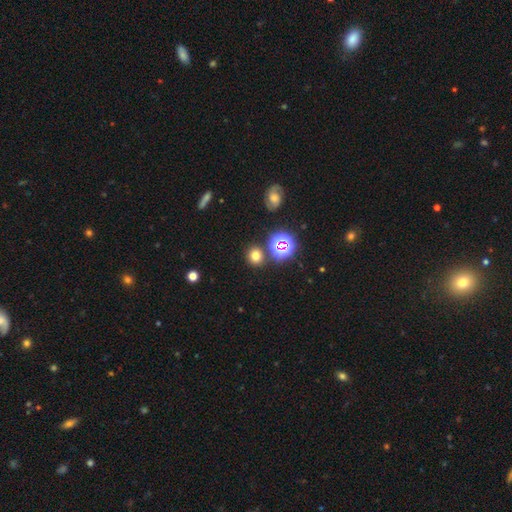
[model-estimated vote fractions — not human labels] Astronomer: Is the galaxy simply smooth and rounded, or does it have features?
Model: smooth — 71%.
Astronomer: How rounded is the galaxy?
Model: round — 84%.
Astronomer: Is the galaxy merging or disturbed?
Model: none — 83%.